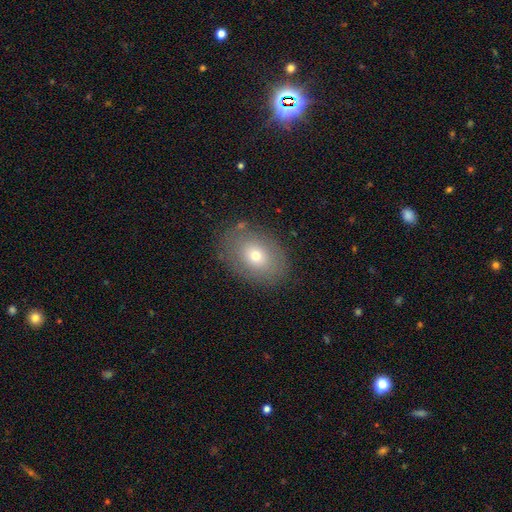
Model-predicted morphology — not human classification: Q: Smooth or featured?
A: smooth (64%); runner-up: featured or disk (25%)
Q: How rounded?
A: in between (72%); runner-up: round (27%)
Q: Merging?
A: none (82%); runner-up: minor disturbance (12%)